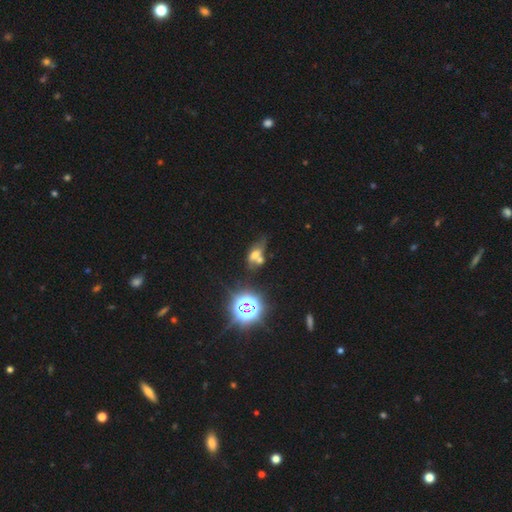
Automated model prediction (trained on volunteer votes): A smooth galaxy with no disk features (46%).

Vote fractions:
- Smooth or featured? smooth: 46% / star or artifact: 28% / featured or disk: 26%
- Merging? merger: 48% / none: 28% / minor disturbance: 14% / major disturbance: 11%